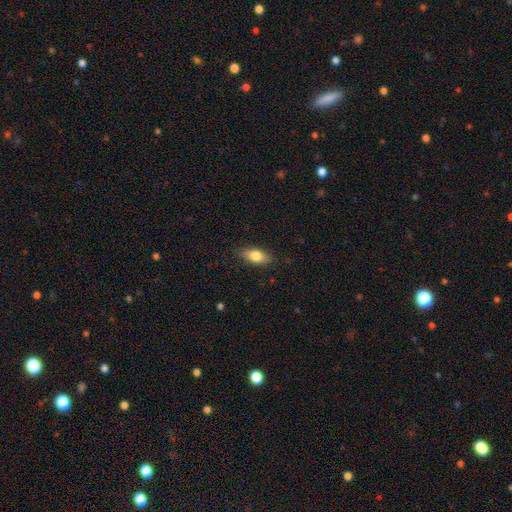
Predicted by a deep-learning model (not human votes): A smooth galaxy with no disk features (76%) that is in between round and cigar-shaped (82%). Merging: none (84%).